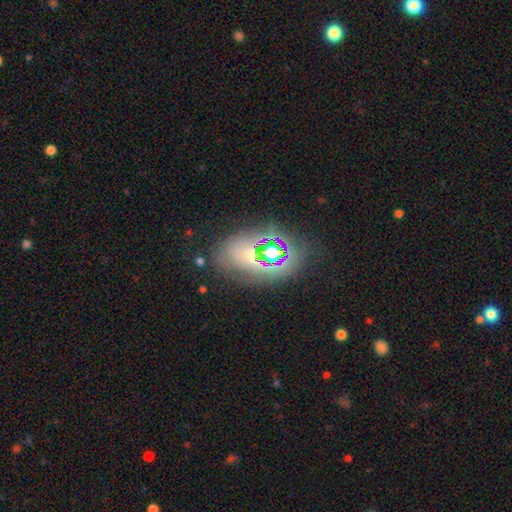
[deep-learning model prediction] The model was most divided on "smooth or featured": star or artifact: 38%, smooth: 34%, featured or disk: 28%.